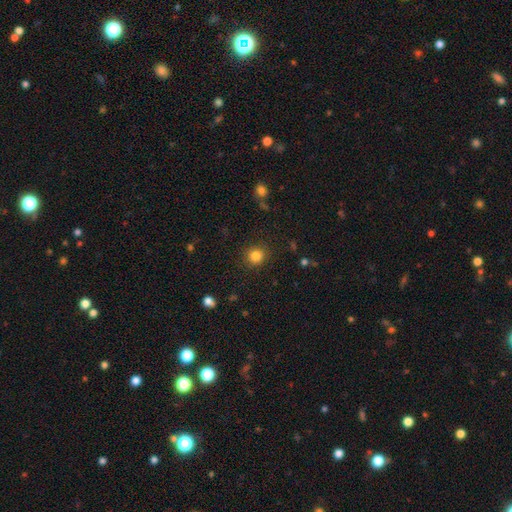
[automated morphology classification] The model was most divided on "smooth or featured": smooth: 84%, star or artifact: 12%, featured or disk: 4%. More confident: merging — none (89%); how rounded — round (88%).